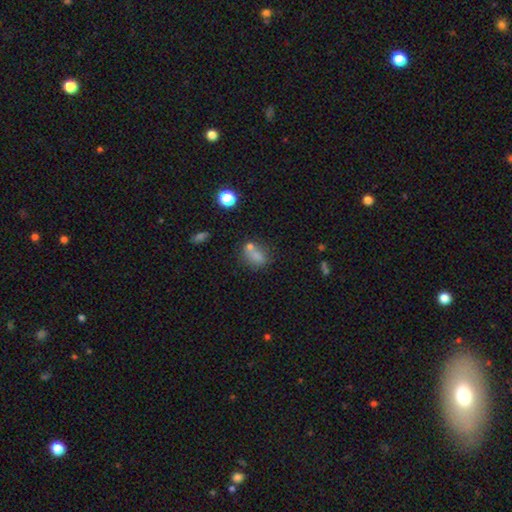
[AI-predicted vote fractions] A smooth galaxy with no disk features (73%) that is in between round and cigar-shaped (64%). Merging: none (45%).